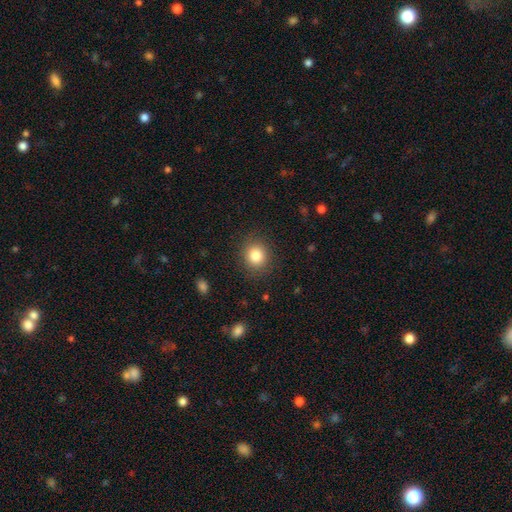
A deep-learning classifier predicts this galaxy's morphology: A smooth galaxy with no disk features (83%) that is round (82%). Merging: none (88%).